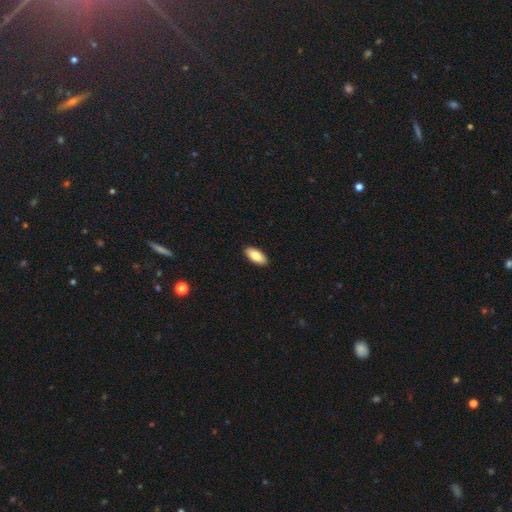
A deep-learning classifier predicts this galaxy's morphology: This appears to be a smooth galaxy with no disk features (85%) that is in between round and cigar-shaped (89%). Merging: none (91%).